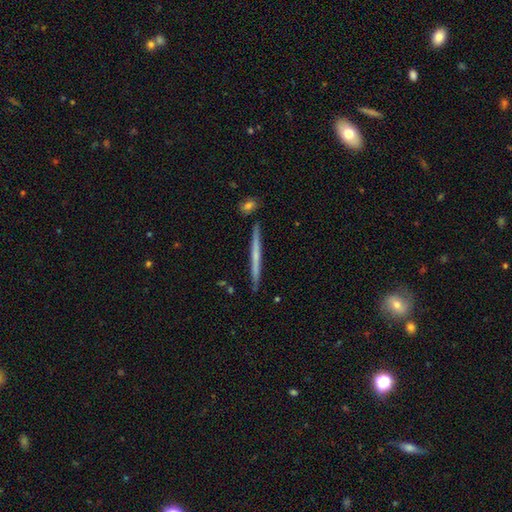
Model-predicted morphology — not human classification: This is possibly a featured or disk galaxy (52%). It is clearly viewed edge-on (97%). Edge-on bulge: clearly none (82%). Merging: clearly none (89%).